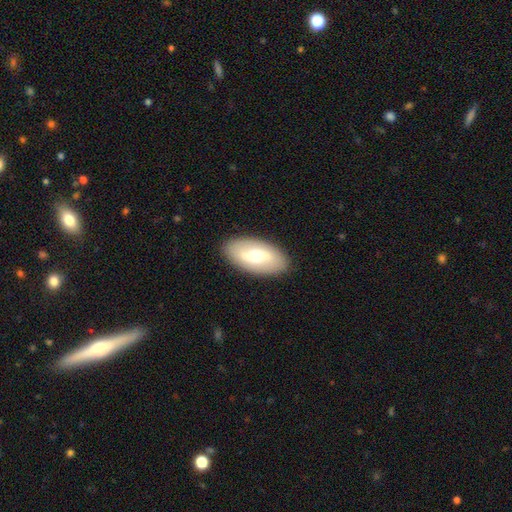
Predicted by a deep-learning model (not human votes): Overall: smooth (49%; featured or disk 45%). Merging: none (89%).